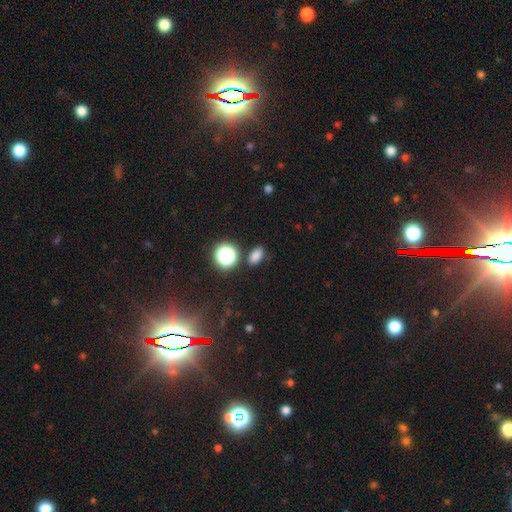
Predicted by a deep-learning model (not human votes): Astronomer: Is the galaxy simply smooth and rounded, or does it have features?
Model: smooth — 77%.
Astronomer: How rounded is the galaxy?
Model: in between — 81%.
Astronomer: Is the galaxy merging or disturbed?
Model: none — 83%.